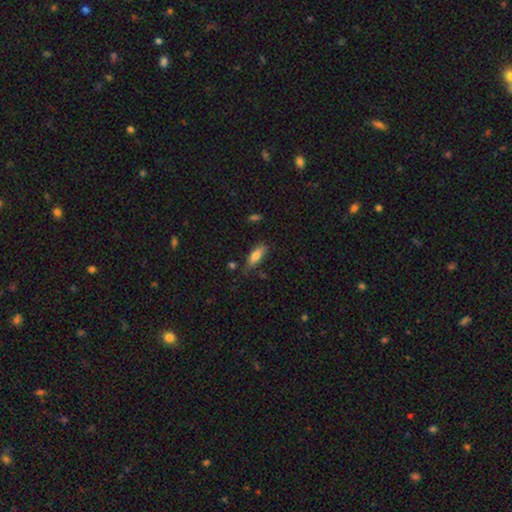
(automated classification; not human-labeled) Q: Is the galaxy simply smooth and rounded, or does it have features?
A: smooth — 76%.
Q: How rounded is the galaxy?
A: in between — 66%.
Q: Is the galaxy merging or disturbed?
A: none — 68%.